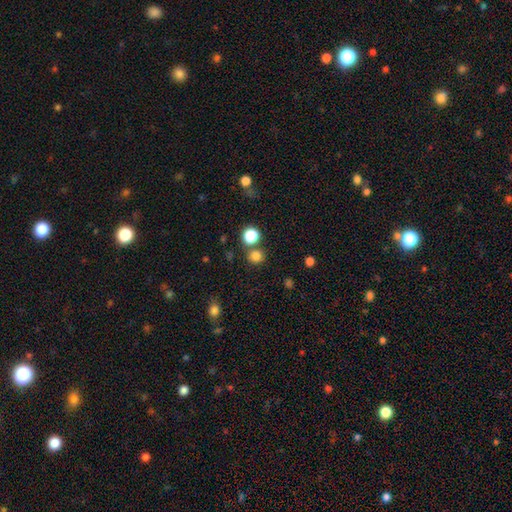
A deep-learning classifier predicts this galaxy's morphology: Smooth or featured: smooth — 79% (star or artifact — 16%)
How rounded: round — 90% (in between — 9%)
Merging: none — 77% (merger — 13%)